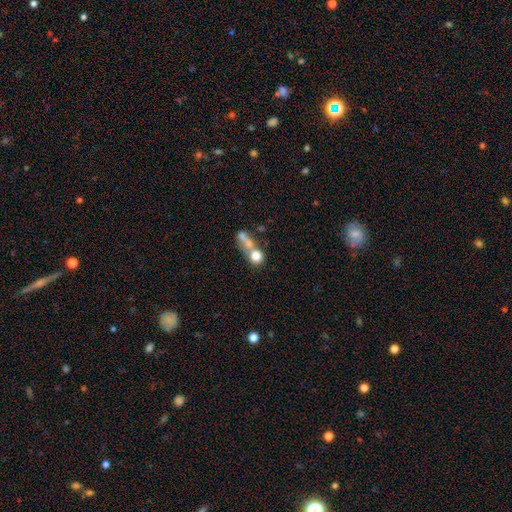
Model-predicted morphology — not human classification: This is likely a smooth galaxy (67%). How rounded: likely round (71%). Merging: possibly merger (55%).